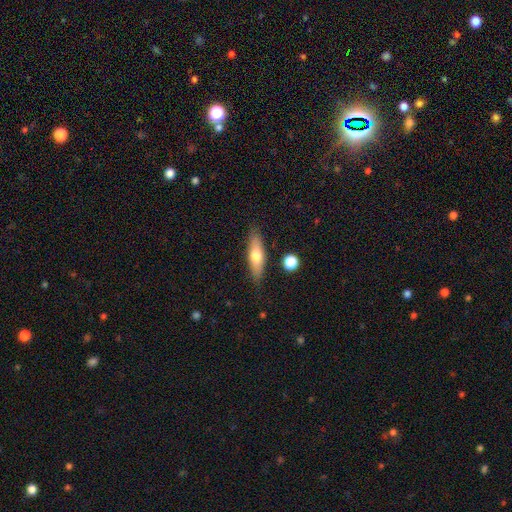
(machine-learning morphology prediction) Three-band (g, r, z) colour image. It shows a smooth galaxy with no disk features (62%) that is cigar-shaped (57%). Merging: none (83%).